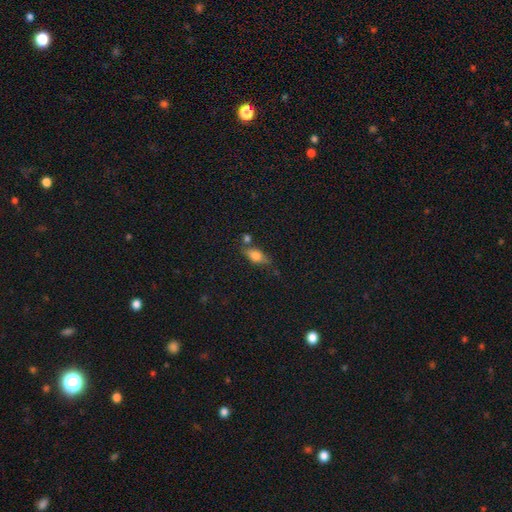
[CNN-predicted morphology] A smooth galaxy with no disk features (62%) that is in between round and cigar-shaped (70%). Merging: none (61%).